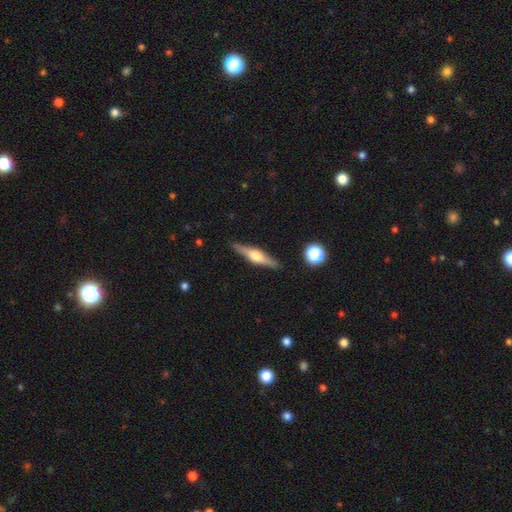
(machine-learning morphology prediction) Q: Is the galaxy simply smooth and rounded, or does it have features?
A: featured or disk — 70%.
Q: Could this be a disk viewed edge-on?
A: yes — 97%.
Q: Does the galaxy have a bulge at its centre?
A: rounded — 92%.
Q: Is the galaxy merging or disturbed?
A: none — 89%.